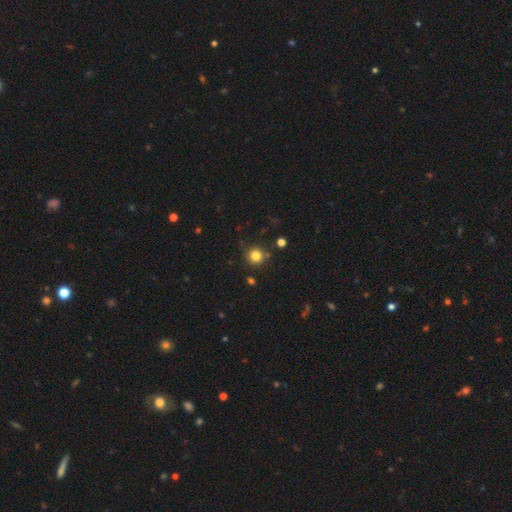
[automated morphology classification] Smooth or featured? Predicted: smooth (p=0.82). How rounded? Predicted: round (p=0.93). Merging? Predicted: none (p=0.82).